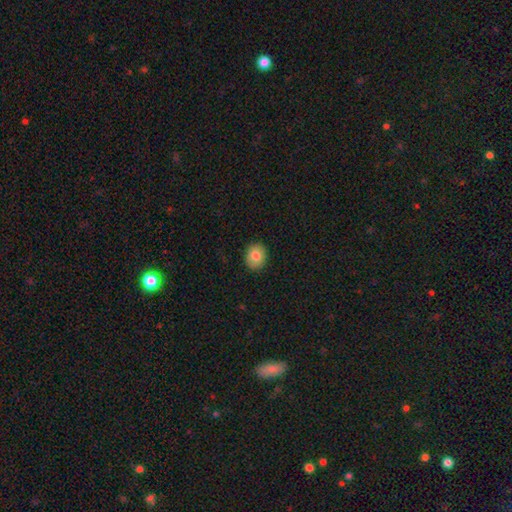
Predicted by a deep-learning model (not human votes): smooth_or_featured: smooth (p=0.82) [alt: featured or disk p=0.10]
how_rounded: round (p=0.53) [alt: in between p=0.47]
merging: none (p=0.91) [alt: minor disturbance p=0.07]